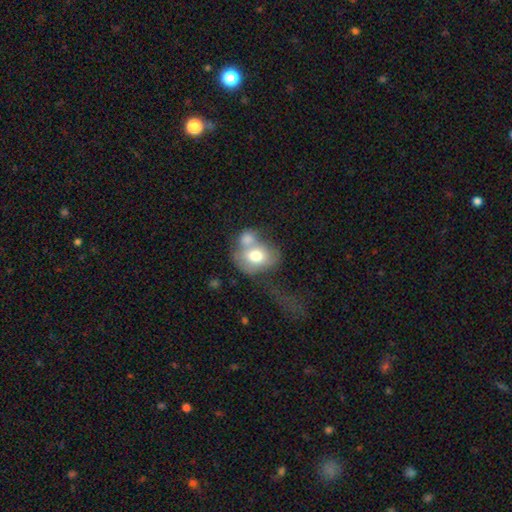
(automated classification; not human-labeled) Smooth or featured?
  - smooth: 67% *
  - featured or disk: 25%
  - star or artifact: 8%
How rounded?
  - in between: 58% *
  - round: 40%
  - cigar-shaped: 1%
Merging?
  - merger: 57% *
  - none: 18%
  - major disturbance: 15%
  - minor disturbance: 10%